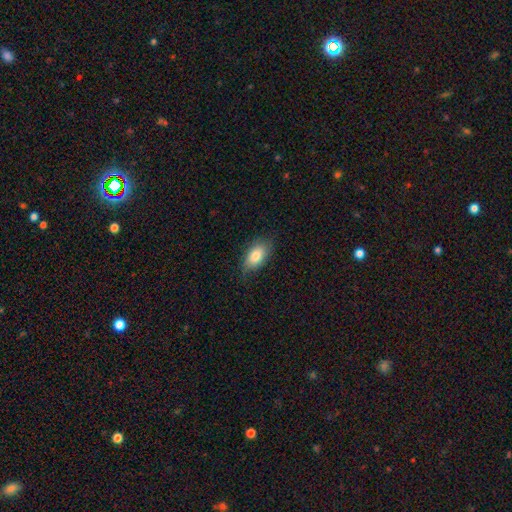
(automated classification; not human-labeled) smooth-or-featured: smooth: 80% | featured or disk: 13% | star or artifact: 7%
  how-rounded: in between: 91% | round: 6% | cigar-shaped: 3%
  merging: none: 73% | minor disturbance: 21% | major disturbance: 5% | merger: 1%